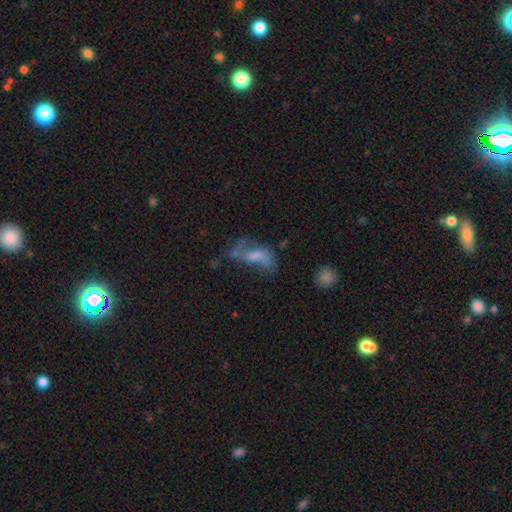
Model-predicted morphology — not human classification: Overall: featured or disk (52%; smooth 33%). Edge-on disk: no (92%). Merging: major disturbance (36%; none 34%).